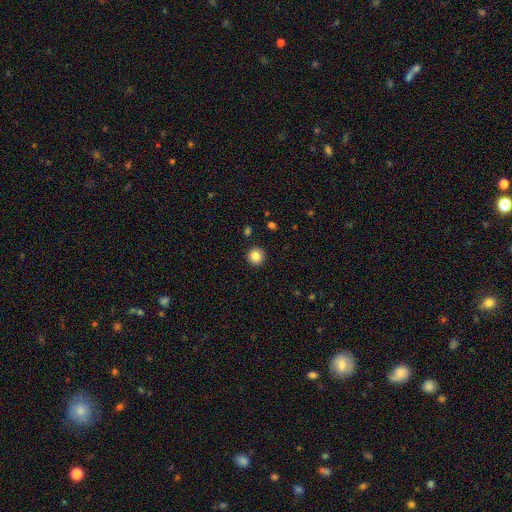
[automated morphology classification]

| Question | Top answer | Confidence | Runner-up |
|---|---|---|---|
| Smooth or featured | smooth | 85% | star or artifact (10%) |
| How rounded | round | 94% | in between (5%) |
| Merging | none | 92% | minor disturbance (5%) |